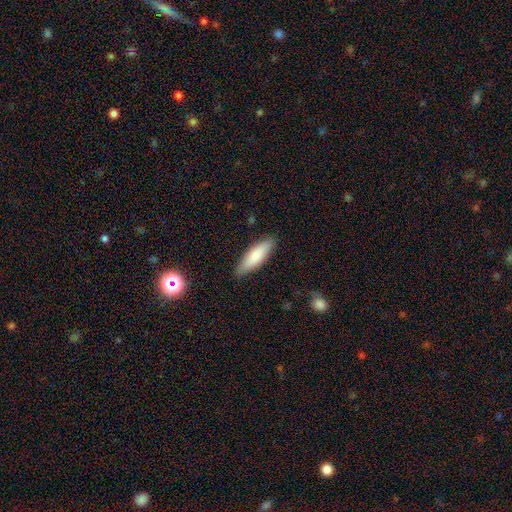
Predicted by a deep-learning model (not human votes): Overall: smooth (81%). How rounded: cigar-shaped (55%; in between 44%). Merging: none (86%).